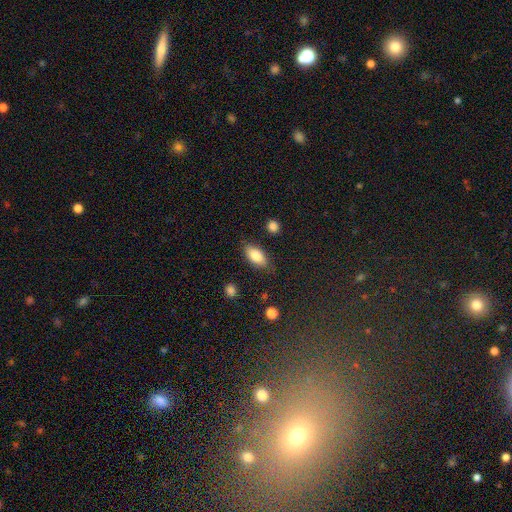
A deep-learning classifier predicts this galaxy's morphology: smooth_or_featured: smooth (p=0.83) [alt: featured or disk p=0.11]
how_rounded: in between (p=0.89) [alt: cigar-shaped p=0.07]
merging: none (p=0.81) [alt: minor disturbance p=0.14]